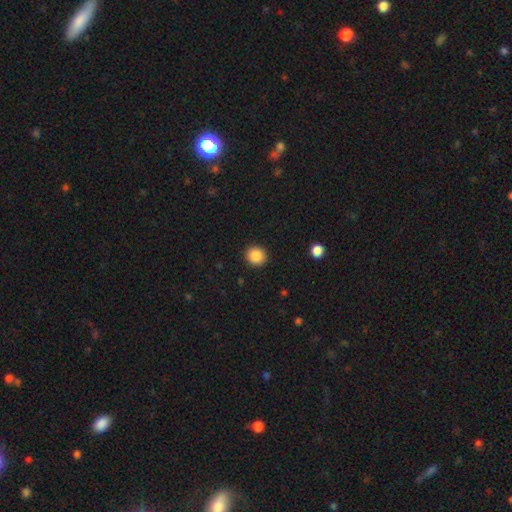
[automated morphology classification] smooth_or_featured: smooth (p=0.87) [alt: star or artifact p=0.09]
how_rounded: round (p=0.88) [alt: in between p=0.11]
merging: none (p=0.92) [alt: minor disturbance p=0.05]